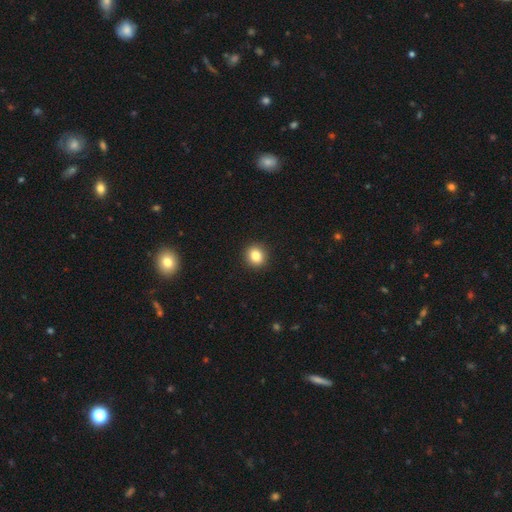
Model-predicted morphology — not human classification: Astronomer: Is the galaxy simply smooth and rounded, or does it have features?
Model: smooth — 84%.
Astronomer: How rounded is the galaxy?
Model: round — 84%.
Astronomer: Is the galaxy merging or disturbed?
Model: none — 92%.